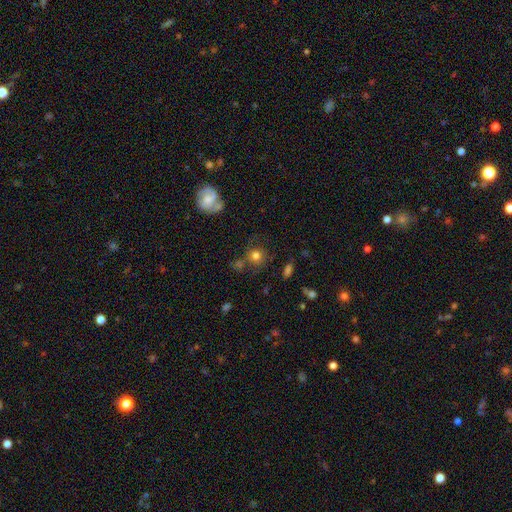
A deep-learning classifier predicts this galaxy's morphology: Q: Smooth or featured?
A: smooth (74%); runner-up: star or artifact (13%)
Q: How rounded?
A: round (88%); runner-up: in between (11%)
Q: Merging?
A: none (68%); runner-up: minor disturbance (14%)